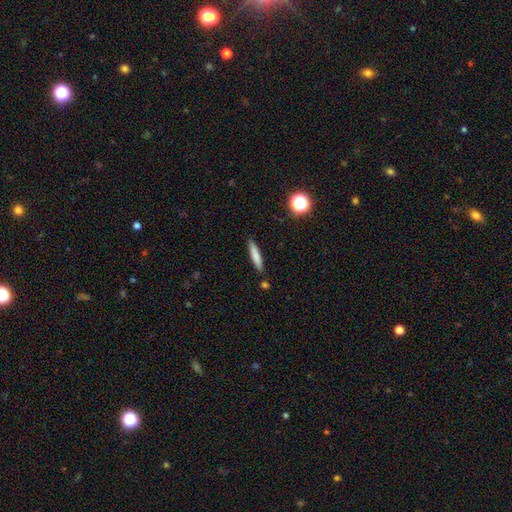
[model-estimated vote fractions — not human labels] Smooth or featured?
  - smooth: 77% *
  - featured or disk: 16%
  - star or artifact: 7%
How rounded?
  - cigar-shaped: 90% *
  - in between: 9%
  - round: 2%
Merging?
  - none: 87% *
  - minor disturbance: 9%
  - merger: 3%
  - major disturbance: 2%